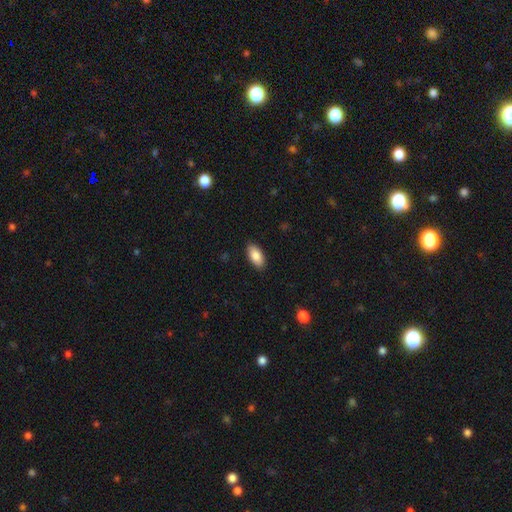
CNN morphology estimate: Smooth or featured: smooth — 85% (featured or disk — 8%)
How rounded: in between — 92% (cigar-shaped — 6%)
Merging: none — 89% (minor disturbance — 8%)